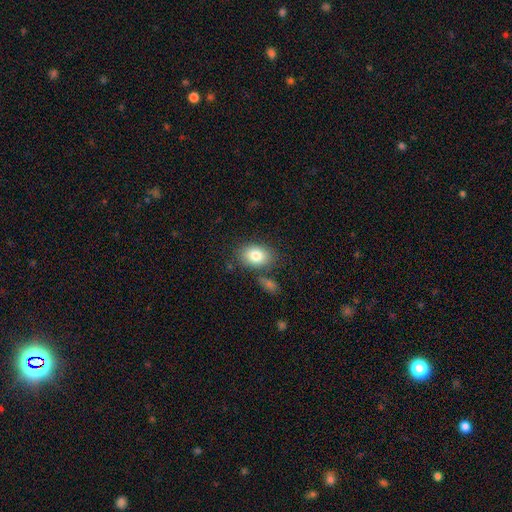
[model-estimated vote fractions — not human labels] smooth 82%, featured or disk 10%, star or artifact 8%. Down the decision tree: how rounded — in between (80%); merging — none (75%).